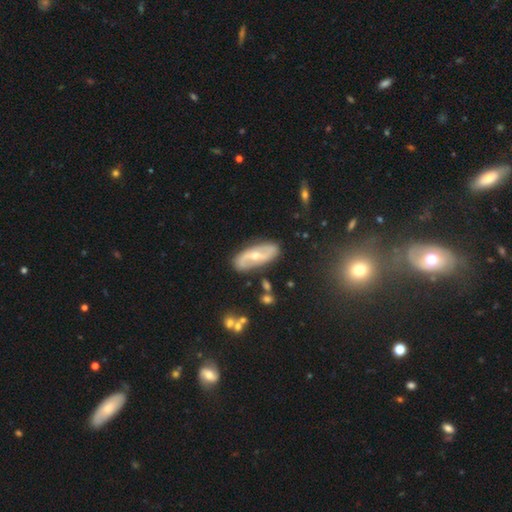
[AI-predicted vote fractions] Overall: featured or disk (75%). Edge-on disk: no (89%). Bar: weak (38%; no 34%). Spiral arms: yes (80%). Spiral arm count: 2 (86%). Spiral winding: loose (42%; medium 37%). Bulge size: moderate (56%; small 40%). Merging: none (83%).